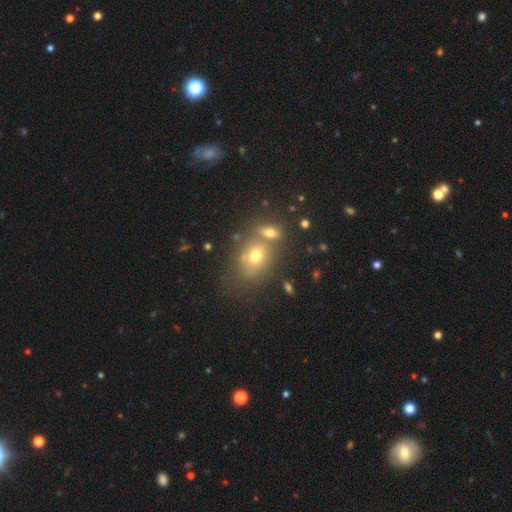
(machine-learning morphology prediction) Smooth or featured? Predicted: smooth (p=0.62). How rounded? Predicted: in between (p=0.50). Merging? Predicted: none (p=0.42).